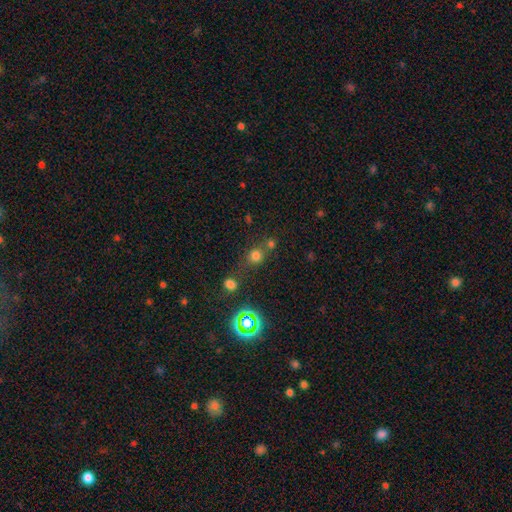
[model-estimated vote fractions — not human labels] A smooth galaxy with no disk features (69%) that is round (83%). Merging: none (62%).